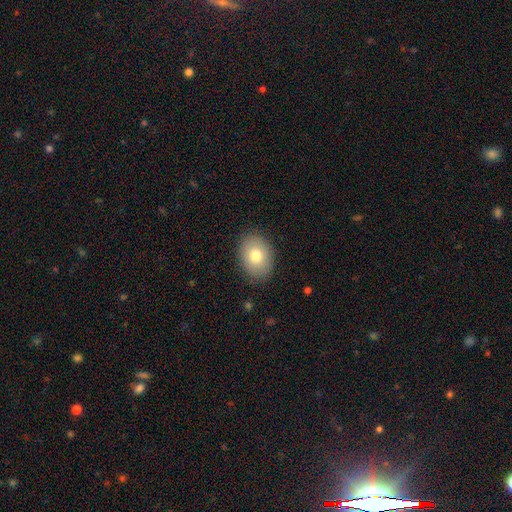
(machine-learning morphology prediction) Q: Smooth or featured?
A: smooth (77%); runner-up: featured or disk (15%)
Q: How rounded?
A: in between (69%); runner-up: round (30%)
Q: Merging?
A: none (86%); runner-up: minor disturbance (10%)